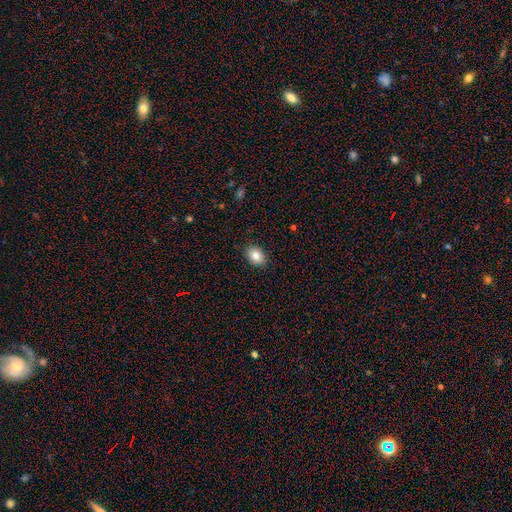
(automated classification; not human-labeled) Morphology: type=smooth (82%); roundness=in between (65%); merging=none (88%).